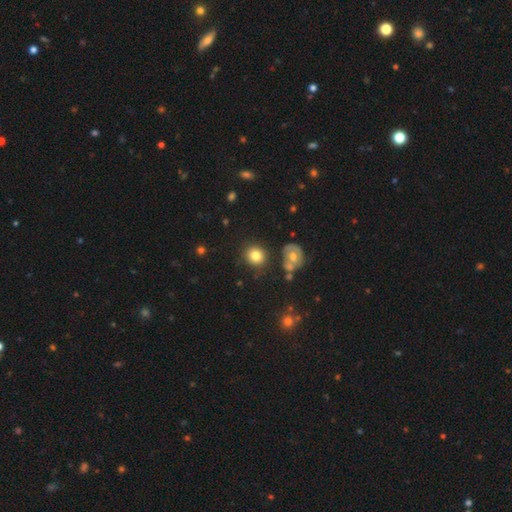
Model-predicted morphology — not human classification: Smooth or featured: smooth — 81% (star or artifact — 10%)
How rounded: round — 84% (in between — 15%)
Merging: none — 80% (minor disturbance — 10%)